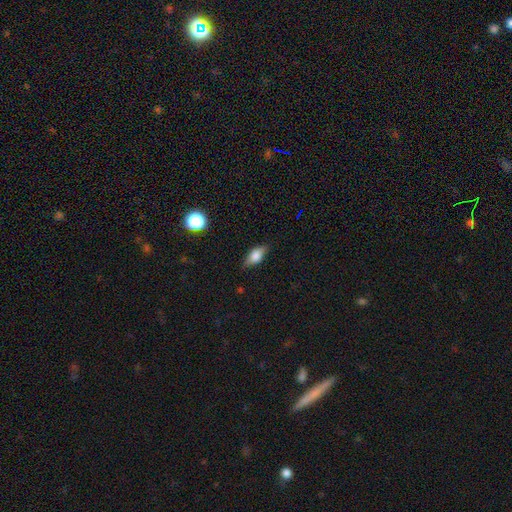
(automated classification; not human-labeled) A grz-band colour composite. It shows a smooth galaxy with no disk features (70%) that is in between round and cigar-shaped (81%). Merging: none (78%).